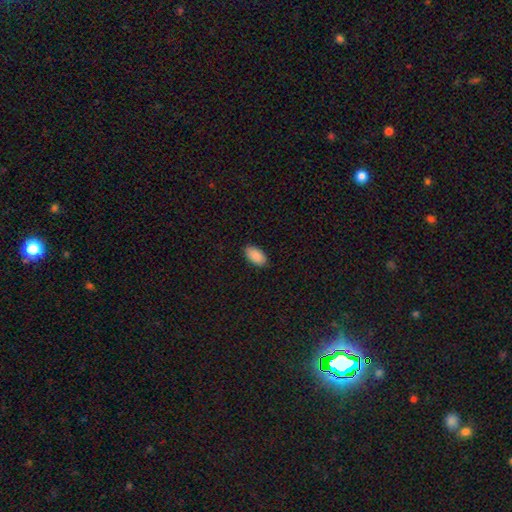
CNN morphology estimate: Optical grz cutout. It shows a smooth galaxy with no disk features (90%) that is in between round and cigar-shaped (95%). Merging: none (88%).